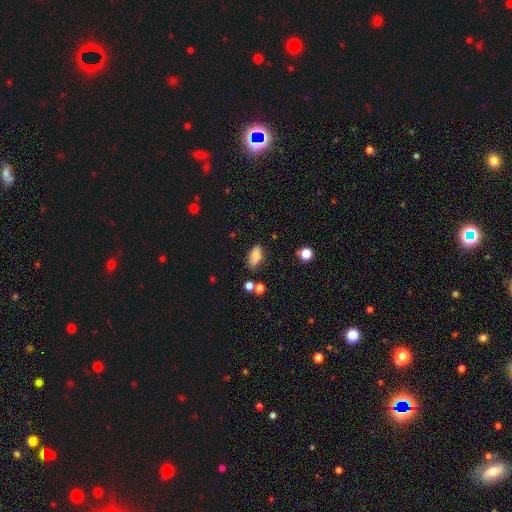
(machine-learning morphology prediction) Smooth or featured?
  - smooth: 78% *
  - featured or disk: 13%
  - star or artifact: 9%
How rounded?
  - in between: 86% *
  - cigar-shaped: 10%
  - round: 4%
Merging?
  - none: 75% *
  - minor disturbance: 18%
  - merger: 4%
  - major disturbance: 4%